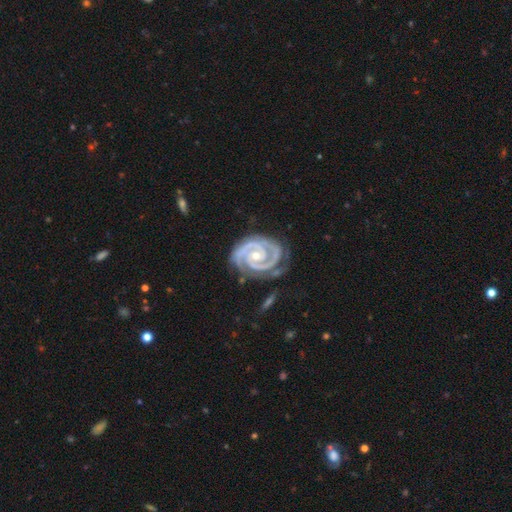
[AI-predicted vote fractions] smooth_or_featured: featured or disk (p=0.94) [alt: star or artifact p=0.04]
disk_edge_on: no (p=0.98) [alt: yes p=0.02]
bar: no (p=0.63) [alt: weak p=0.23]
has_spiral_arms: yes (p=0.99) [alt: no p=0.01]
spiral_winding: tight (p=0.77) [alt: medium p=0.21]
spiral_arm_count: 2 (p=0.81) [alt: 3 p=0.11]
bulge_size: small (p=0.59) [alt: moderate p=0.38]
merging: none (p=0.70) [alt: minor disturbance p=0.20]